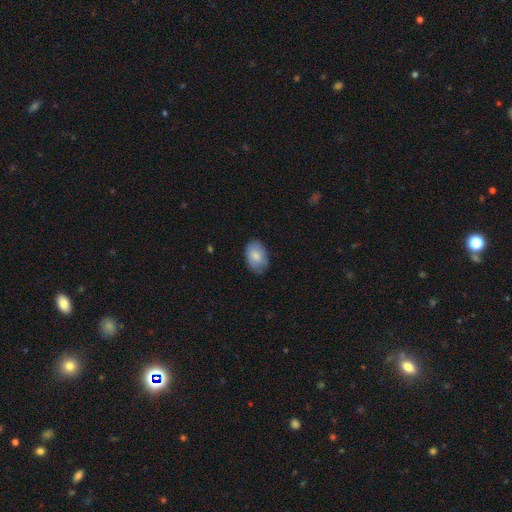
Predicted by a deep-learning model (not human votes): smooth_or_featured: smooth (p=0.80) [alt: featured or disk p=0.13]
how_rounded: in between (p=0.90) [alt: round p=0.09]
merging: none (p=0.76) [alt: minor disturbance p=0.19]